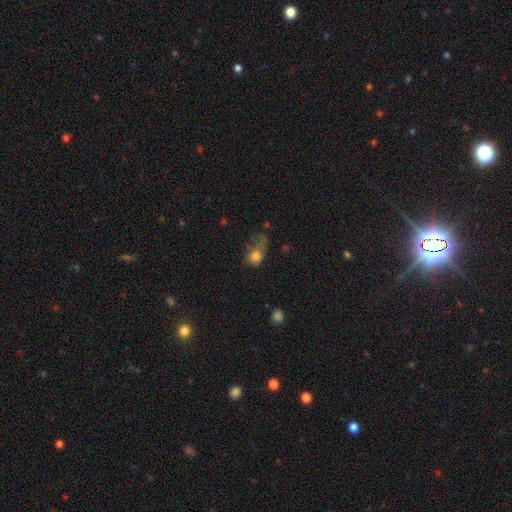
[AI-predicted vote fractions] smooth_or_featured: smooth (p=0.70) [alt: featured or disk p=0.19]
how_rounded: in between (p=0.68) [alt: round p=0.29]
merging: major disturbance (p=0.51) [alt: minor disturbance p=0.24]